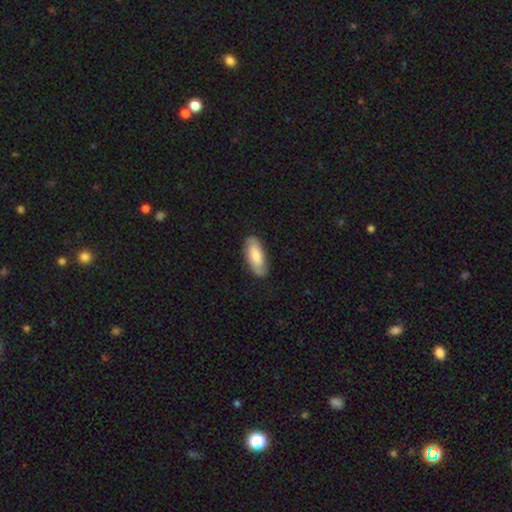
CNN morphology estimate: smooth 57%, featured or disk 37%, star or artifact 6%. Down the decision tree: how rounded — in between (87%); merging — none (84%).